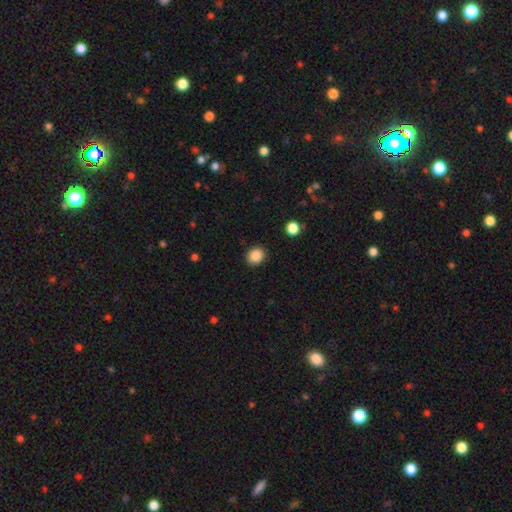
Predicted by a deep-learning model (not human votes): The model was most divided on "how rounded": round: 71%, in between: 28%, cigar-shaped: 1%. More confident: merging — none (89%); smooth or featured — smooth (87%).